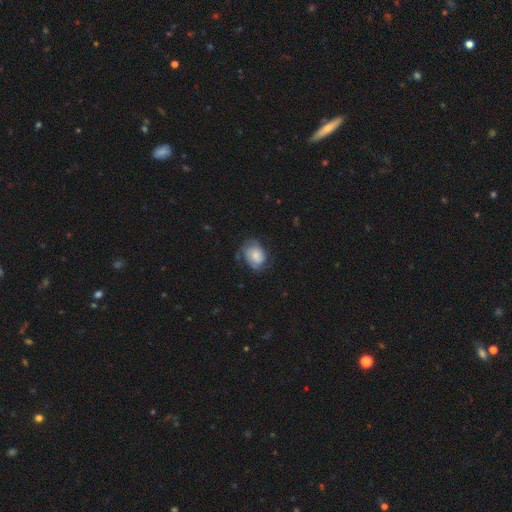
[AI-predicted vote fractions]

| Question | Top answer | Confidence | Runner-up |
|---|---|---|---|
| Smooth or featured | smooth | 47% | featured or disk (46%) |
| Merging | none | 55% | minor disturbance (28%) |